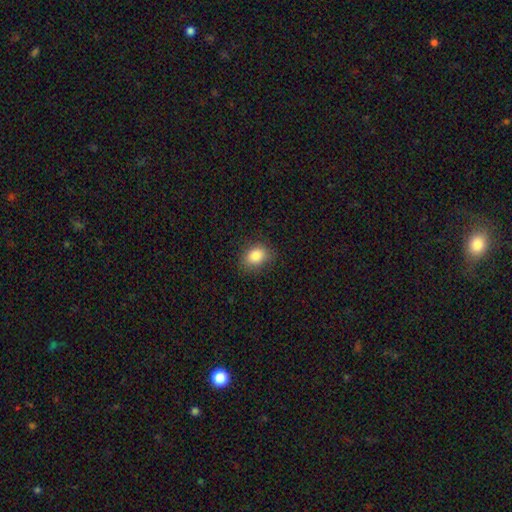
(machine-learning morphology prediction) This appears to be a smooth galaxy with no disk features (85%) that is in between round and cigar-shaped (62%). Merging: none (80%).